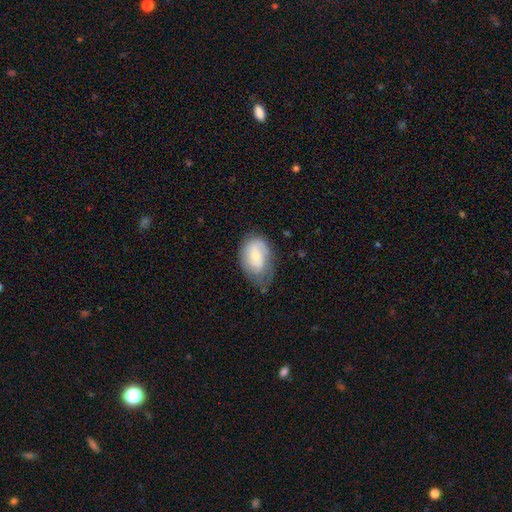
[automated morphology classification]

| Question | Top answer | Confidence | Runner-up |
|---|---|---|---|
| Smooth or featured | smooth | 56% | featured or disk (37%) |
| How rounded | in between | 86% | round (13%) |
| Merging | none | 48% | minor disturbance (34%) |